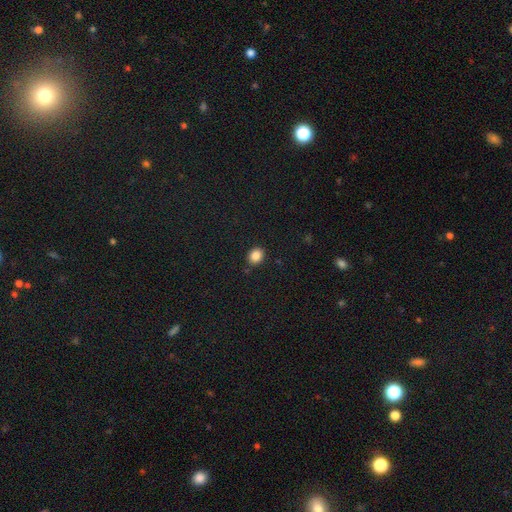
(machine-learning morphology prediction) This appears to be a smooth galaxy with no disk features (86%) that is round (54%). Merging: none (86%).